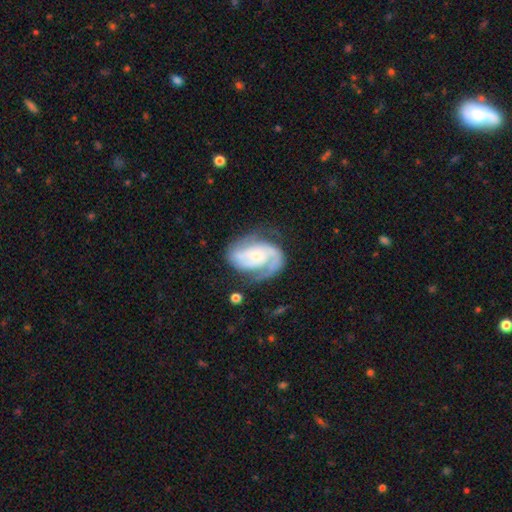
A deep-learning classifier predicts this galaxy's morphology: A featured or disk galaxy (88%) with no bar (57%), 2 (77%) tight (47%) spiral arms (97%) and a small central bulge (63%). Merging: none (66%).